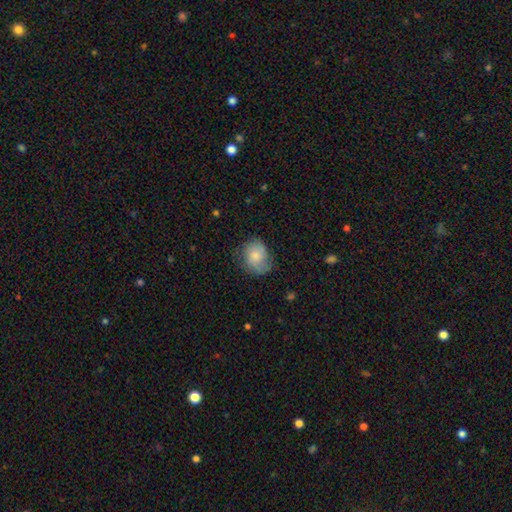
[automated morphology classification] The model was most divided on "how rounded": round: 63%, in between: 36%, cigar-shaped: 1%. More confident: smooth or featured — smooth (65%); merging — none (59%).